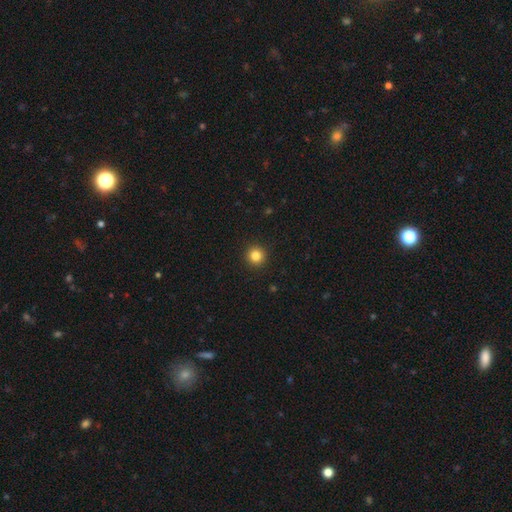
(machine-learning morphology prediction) smooth-or-featured: smooth: 84% | star or artifact: 12% | featured or disk: 5%
  how-rounded: round: 95% | in between: 4% | cigar-shaped: 1%
  merging: none: 93% | minor disturbance: 4% | major disturbance: 2% | merger: 1%